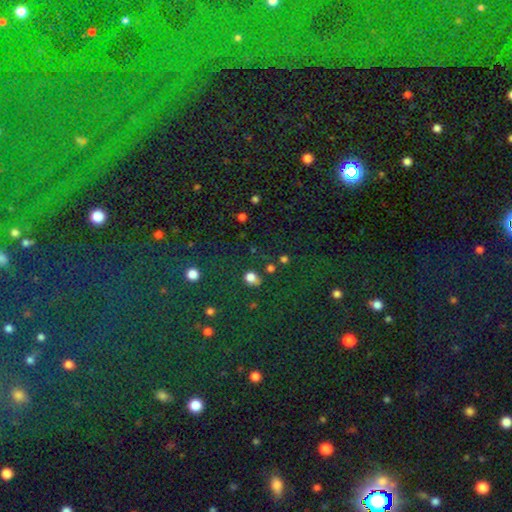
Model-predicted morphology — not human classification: Smooth or featured? Predicted: star or artifact (p=0.79).